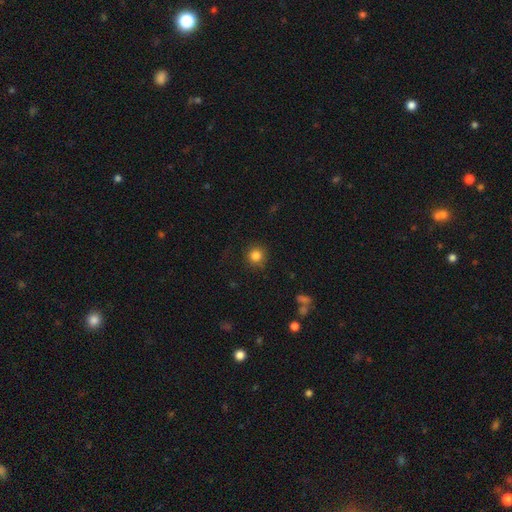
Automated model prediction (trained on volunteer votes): Smooth or featured? Predicted: smooth (p=0.84). How rounded? Predicted: round (p=0.93). Merging? Predicted: none (p=0.87).